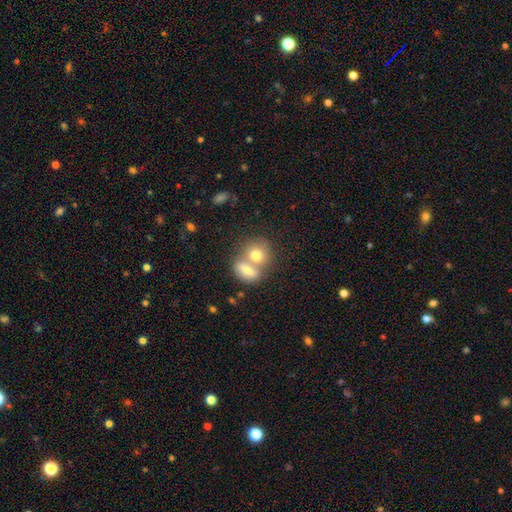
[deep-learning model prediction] Morphology: type=smooth (69%); roundness=round (52%); merging=merger (64%).